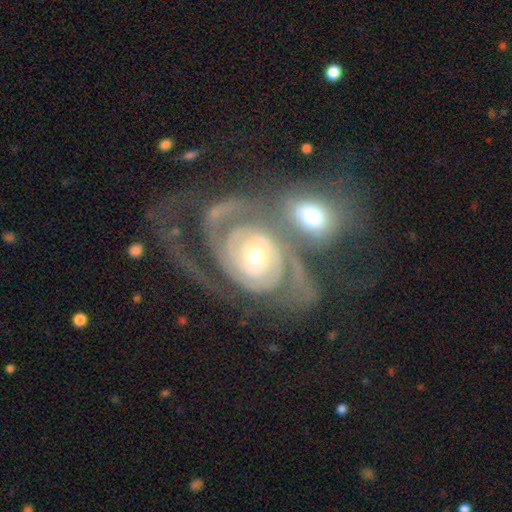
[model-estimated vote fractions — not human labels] Q: Smooth or featured?
A: featured or disk (90%); runner-up: smooth (5%)
Q: Edge-on disk?
A: no (97%); runner-up: yes (3%)
Q: Bar?
A: no (75%); runner-up: weak (17%)
Q: Spiral arms?
A: yes (97%); runner-up: no (3%)
Q: Spiral winding?
A: tight (71%); runner-up: medium (22%)
Q: Spiral arm count?
A: 2 (64%); runner-up: can't tell (13%)
Q: Bulge size?
A: small (54%); runner-up: moderate (41%)
Q: Merging?
A: merger (35%); runner-up: none (31%)